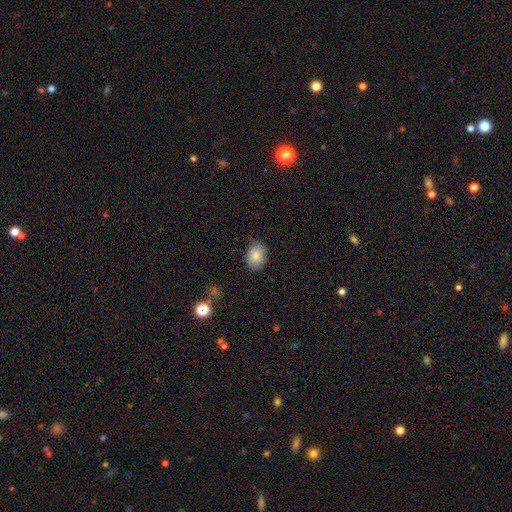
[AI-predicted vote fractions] A smooth galaxy with no disk features (86%) that is in between round and cigar-shaped (68%).

Vote fractions:
- Smooth or featured? smooth: 86% / star or artifact: 8% / featured or disk: 7%
- How rounded? in between: 68% / round: 31% / cigar-shaped: 1%
- Merging? none: 85% / minor disturbance: 11% / major disturbance: 3% / merger: 1%